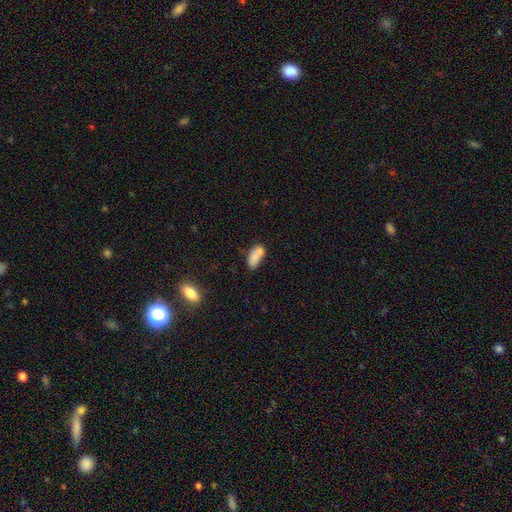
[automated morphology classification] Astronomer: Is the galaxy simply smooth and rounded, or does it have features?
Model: smooth — 76%.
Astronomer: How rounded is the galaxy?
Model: in between — 86%.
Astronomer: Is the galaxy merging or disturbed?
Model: none — 43% (runner-up: merger, 31%).